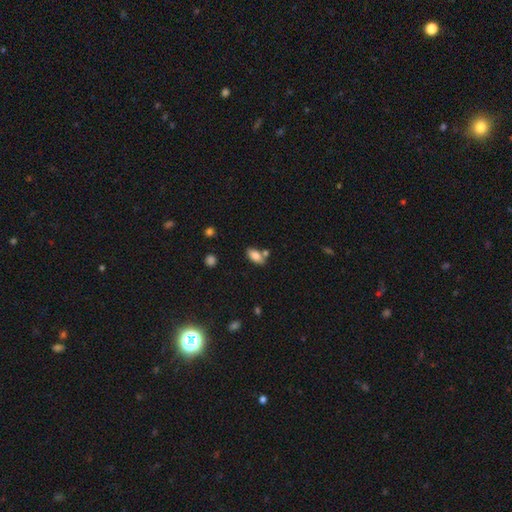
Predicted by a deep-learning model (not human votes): smooth 82%, featured or disk 10%, star or artifact 8%. Down the decision tree: how rounded — in between (90%); merging — none (62%).